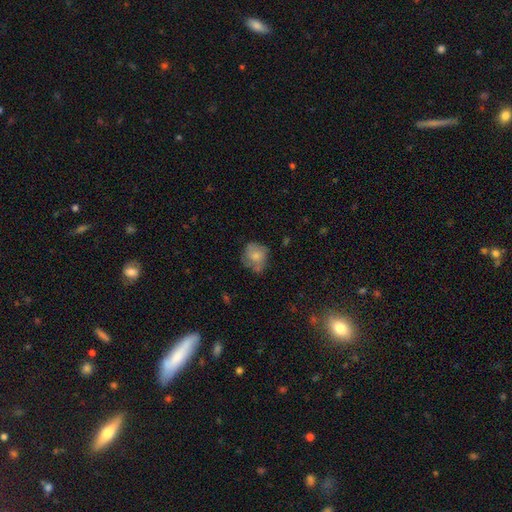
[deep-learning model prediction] Smooth or featured?
  - smooth: 62% *
  - featured or disk: 30%
  - star or artifact: 8%
How rounded?
  - round: 72% *
  - in between: 27%
  - cigar-shaped: 1%
Merging?
  - none: 57% *
  - minor disturbance: 27%
  - major disturbance: 12%
  - merger: 4%